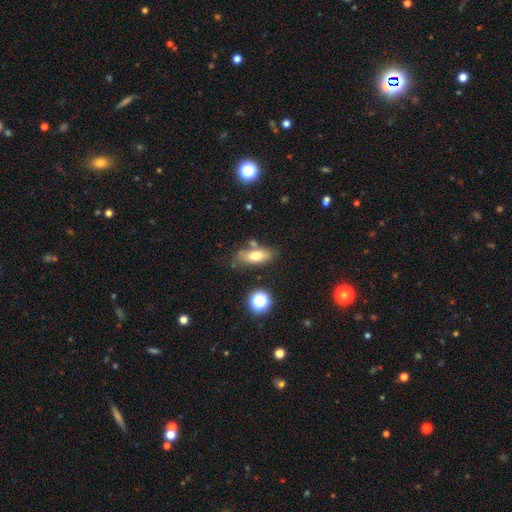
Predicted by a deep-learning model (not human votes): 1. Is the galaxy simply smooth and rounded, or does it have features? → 70% smooth, 20% featured or disk, 10% star or artifact.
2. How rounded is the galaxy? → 73% in between, 21% cigar-shaped, 6% round.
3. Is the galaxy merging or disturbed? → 70% none, 16% minor disturbance, 10% merger, 5% major disturbance.